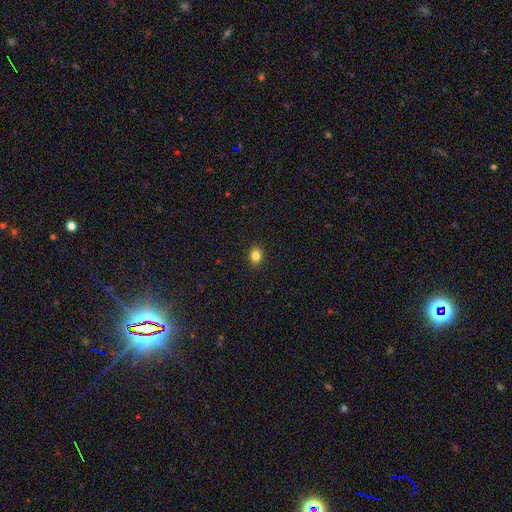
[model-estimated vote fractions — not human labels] A smooth galaxy with no disk features (84%) that is round (61%). Merging: none (92%).